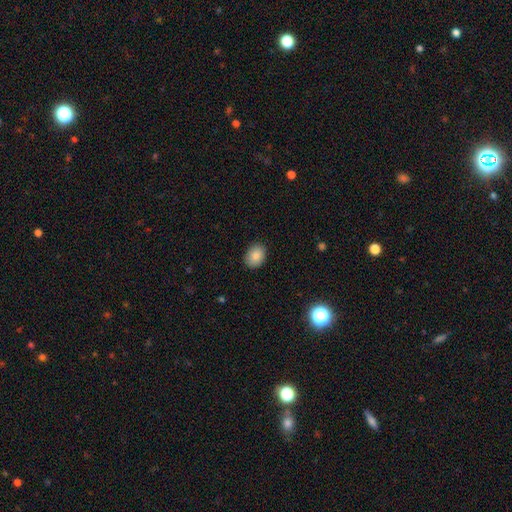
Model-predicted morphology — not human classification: smooth-or-featured: smooth: 87% | star or artifact: 8% | featured or disk: 5%
  how-rounded: in between: 63% | round: 36% | cigar-shaped: 1%
  merging: none: 86% | minor disturbance: 11% | major disturbance: 2% | merger: 1%